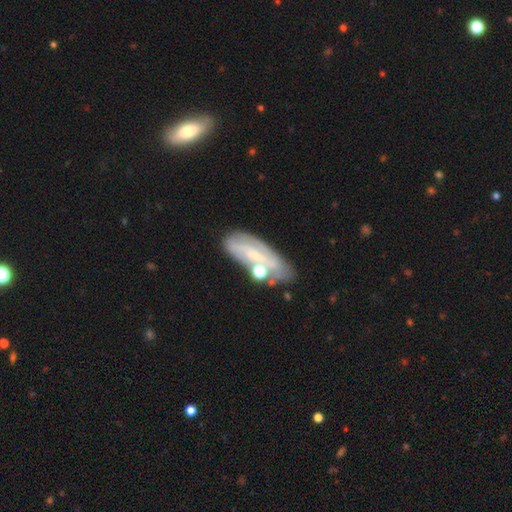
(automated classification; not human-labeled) Smooth or featured?
  - featured or disk: 53% *
  - smooth: 36%
  - star or artifact: 10%
Edge-on disk?
  - no: 79% *
  - yes: 21%
Merging?
  - none: 57% *
  - minor disturbance: 21%
  - merger: 12%
  - major disturbance: 9%